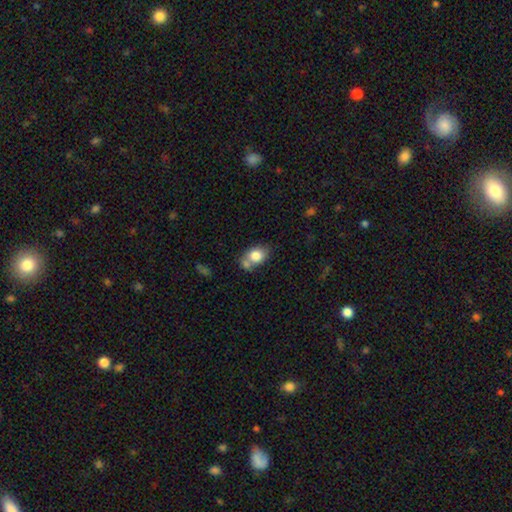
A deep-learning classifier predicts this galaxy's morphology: The model was most divided on "merging": none: 46%, merger: 34%, minor disturbance: 15%, major disturbance: 5%. More confident: smooth or featured — smooth (79%); how rounded — in between (64%).